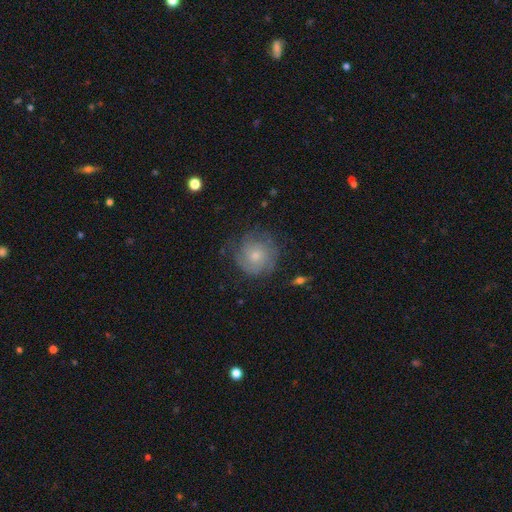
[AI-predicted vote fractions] Overall: smooth (50%; featured or disk 42%). How rounded: round (91%). Merging: none (70%).